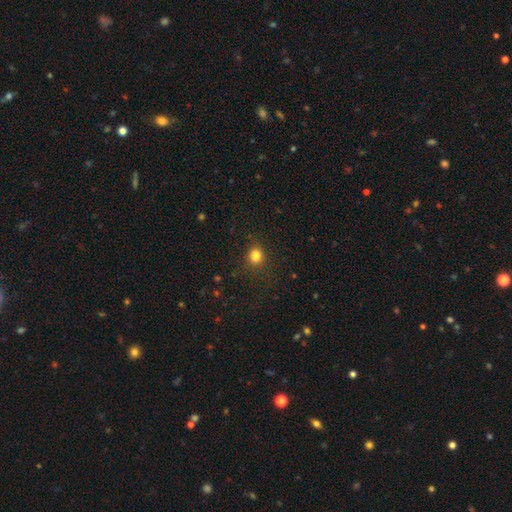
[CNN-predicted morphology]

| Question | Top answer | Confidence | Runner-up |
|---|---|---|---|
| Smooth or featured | smooth | 82% | star or artifact (13%) |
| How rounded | round | 79% | in between (20%) |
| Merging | none | 86% | minor disturbance (9%) |